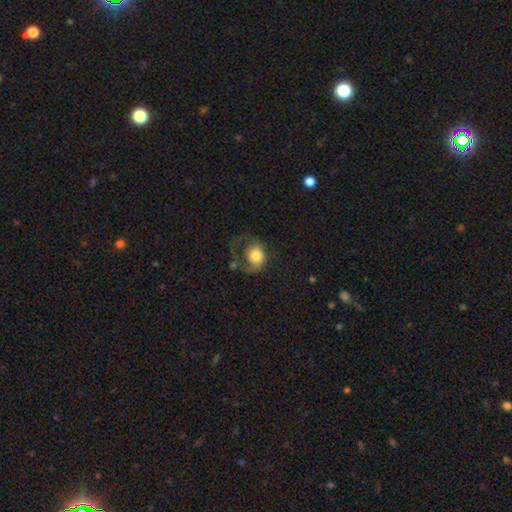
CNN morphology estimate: Smooth or featured?
  - smooth: 68% *
  - featured or disk: 24%
  - star or artifact: 8%
How rounded?
  - round: 64% *
  - in between: 35%
  - cigar-shaped: 1%
Merging?
  - major disturbance: 45% *
  - none: 29%
  - minor disturbance: 21%
  - merger: 5%